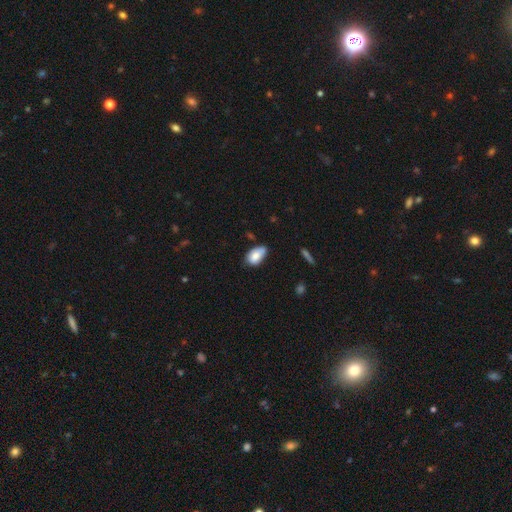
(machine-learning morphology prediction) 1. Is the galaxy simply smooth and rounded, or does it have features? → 81% smooth, 12% featured or disk, 8% star or artifact.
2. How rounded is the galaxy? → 92% in between, 6% round, 2% cigar-shaped.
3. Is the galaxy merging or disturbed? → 53% none, 36% minor disturbance, 6% major disturbance, 4% merger.